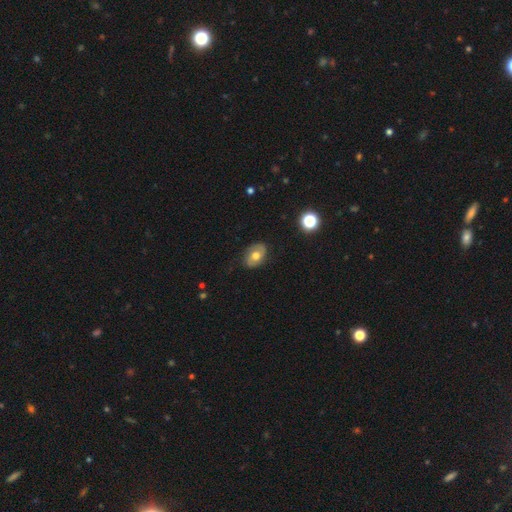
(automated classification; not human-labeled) Smooth or featured: smooth — 49% (featured or disk — 42%)
Merging: none — 81% (minor disturbance — 15%)